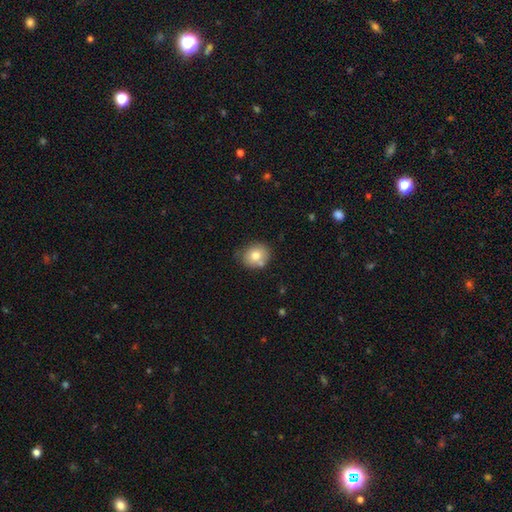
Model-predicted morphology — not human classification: A smooth galaxy with no disk features (76%) that is round (72%).

Vote fractions:
- Smooth or featured? smooth: 76% / featured or disk: 14% / star or artifact: 10%
- How rounded? round: 72% / in between: 27% / cigar-shaped: 1%
- Merging? none: 69% / minor disturbance: 18% / merger: 9% / major disturbance: 4%